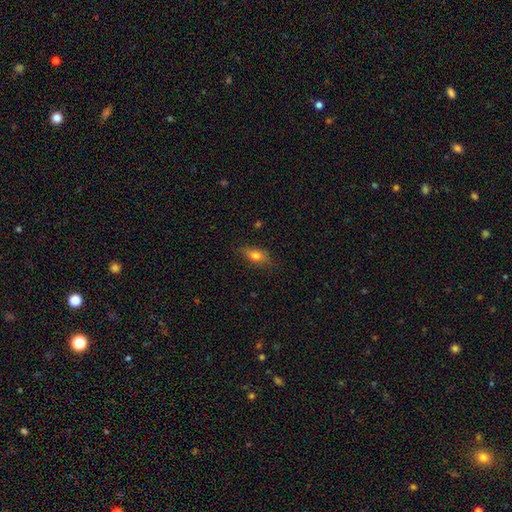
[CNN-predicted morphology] Smooth or featured? Predicted: smooth (p=0.71). How rounded? Predicted: in between (p=0.77). Merging? Predicted: none (p=0.78).